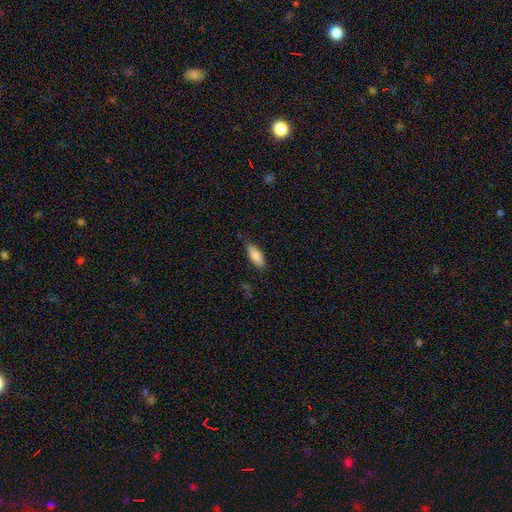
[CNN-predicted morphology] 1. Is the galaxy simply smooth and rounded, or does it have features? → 85% smooth, 9% featured or disk, 6% star or artifact.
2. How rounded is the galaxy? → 77% in between, 21% cigar-shaped, 2% round.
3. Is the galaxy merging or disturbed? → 82% none, 14% minor disturbance, 3% major disturbance, 1% merger.